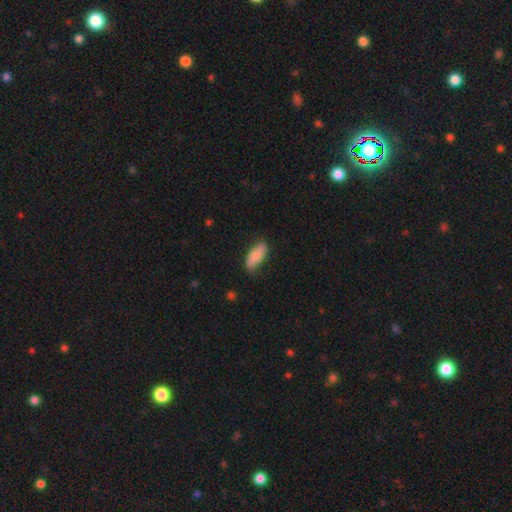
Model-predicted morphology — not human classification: Overall: smooth (73%). How rounded: in between (80%). Merging: none (72%).